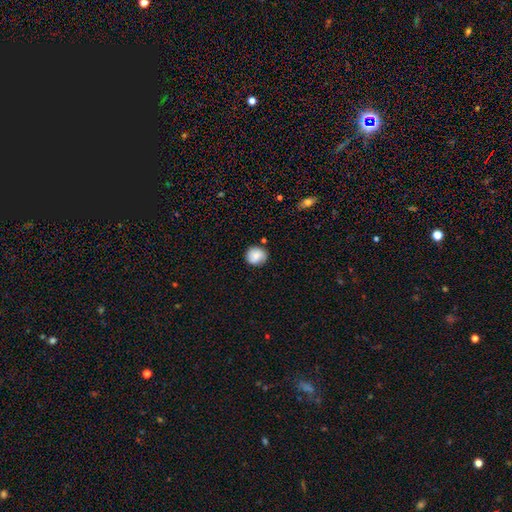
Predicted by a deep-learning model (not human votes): This appears to be a smooth galaxy with no disk features (78%) that is round (88%). Merging: none (81%).